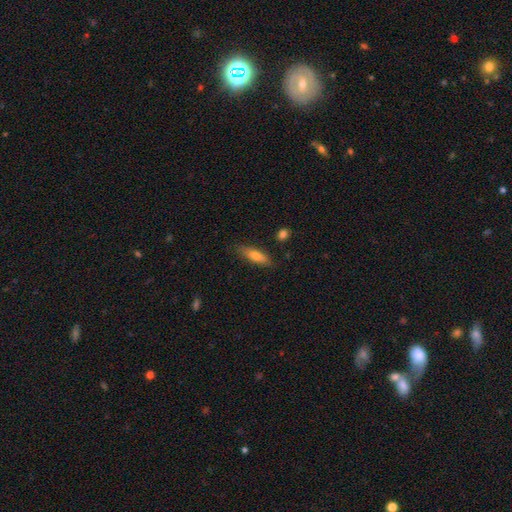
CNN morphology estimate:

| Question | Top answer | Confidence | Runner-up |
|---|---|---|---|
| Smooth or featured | smooth | 69% | featured or disk (24%) |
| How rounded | in between | 51% | cigar-shaped (47%) |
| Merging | none | 80% | minor disturbance (15%) |